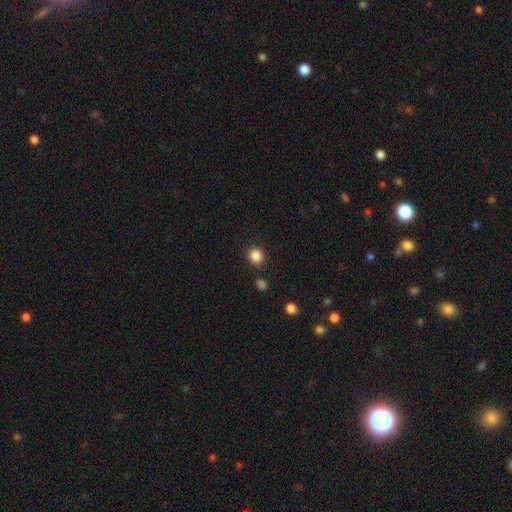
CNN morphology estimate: Q: Smooth or featured?
A: smooth (86%); runner-up: star or artifact (11%)
Q: How rounded?
A: round (84%); runner-up: in between (15%)
Q: Merging?
A: none (87%); runner-up: minor disturbance (8%)